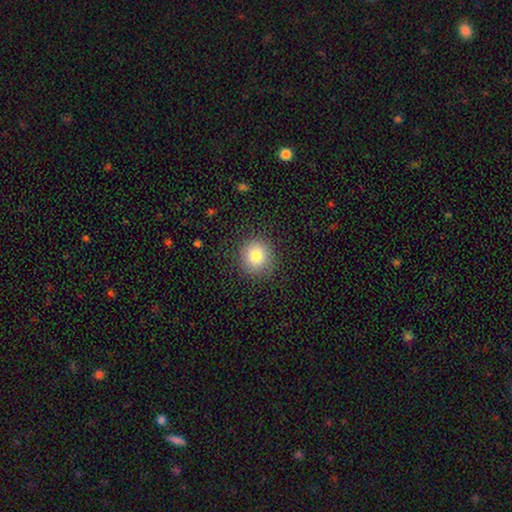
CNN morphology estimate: A smooth galaxy with no disk features (82%) that is round (91%).

Vote fractions:
- Smooth or featured? smooth: 82% / star or artifact: 10% / featured or disk: 8%
- How rounded? round: 91% / in between: 8% / cigar-shaped: 1%
- Merging? none: 88% / minor disturbance: 8% / major disturbance: 3% / merger: 1%